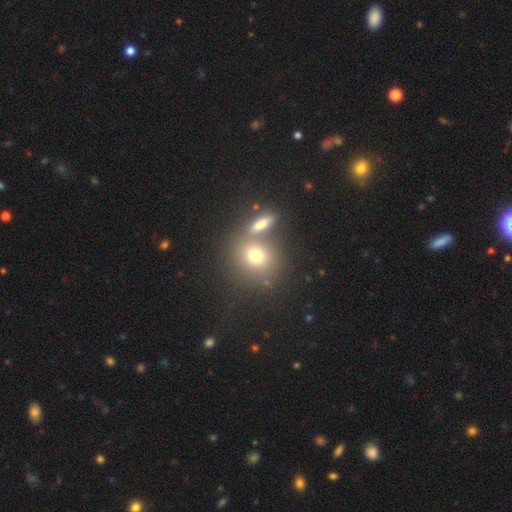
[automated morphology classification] smooth_or_featured: smooth (p=0.72) [alt: featured or disk p=0.15]
how_rounded: round (p=0.82) [alt: in between p=0.16]
merging: none (p=0.55) [alt: merger p=0.32]